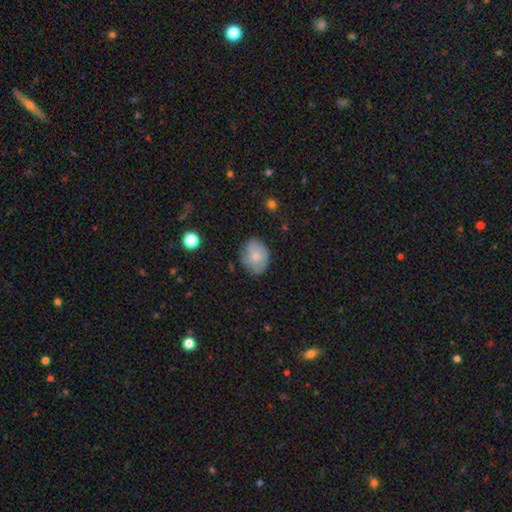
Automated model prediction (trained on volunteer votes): A smooth galaxy with no disk features (73%) that is in between round and cigar-shaped (56%). Merging: none (64%).